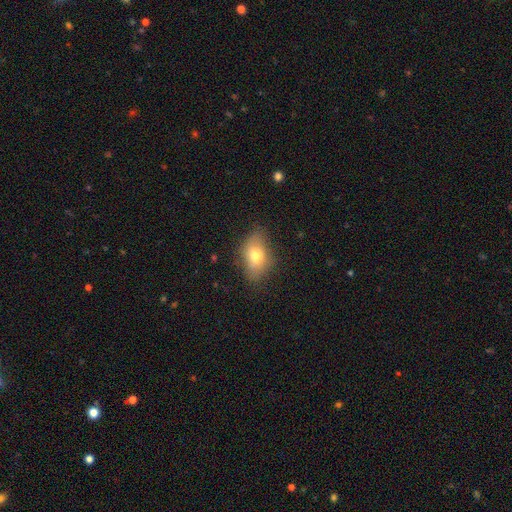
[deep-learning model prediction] Q: Smooth or featured?
A: smooth (71%); runner-up: featured or disk (20%)
Q: How rounded?
A: in between (83%); runner-up: round (15%)
Q: Merging?
A: none (71%); runner-up: minor disturbance (22%)